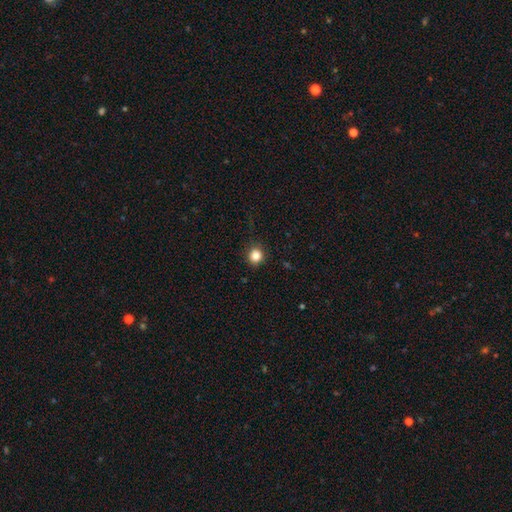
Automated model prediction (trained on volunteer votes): smooth_or_featured: smooth (p=0.83) [alt: star or artifact p=0.11]
how_rounded: round (p=0.90) [alt: in between p=0.09]
merging: none (p=0.90) [alt: minor disturbance p=0.07]